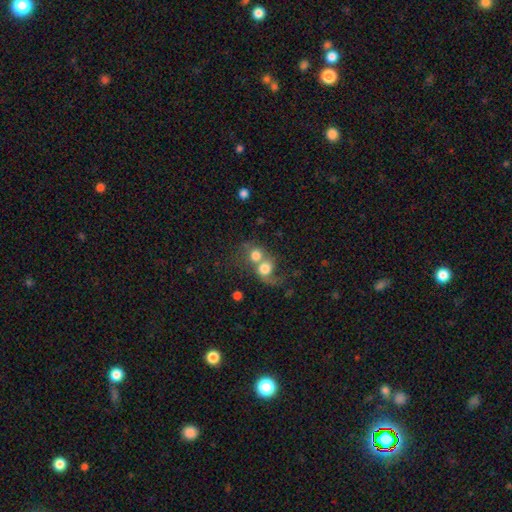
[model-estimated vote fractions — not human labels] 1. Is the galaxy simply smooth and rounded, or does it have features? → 68% smooth, 22% featured or disk, 10% star or artifact.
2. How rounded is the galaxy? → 74% round, 25% in between, 1% cigar-shaped.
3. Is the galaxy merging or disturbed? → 72% merger, 15% none, 8% major disturbance, 5% minor disturbance.